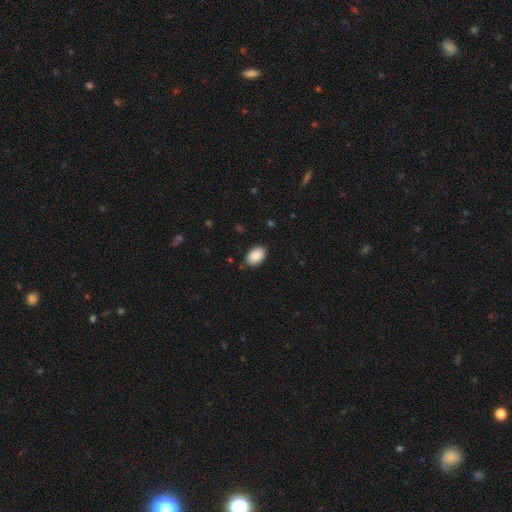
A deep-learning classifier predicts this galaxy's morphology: Smooth or featured?
  - smooth: 90% *
  - star or artifact: 7%
  - featured or disk: 3%
How rounded?
  - in between: 89% *
  - round: 10%
  - cigar-shaped: 1%
Merging?
  - none: 87% *
  - minor disturbance: 10%
  - major disturbance: 2%
  - merger: 1%